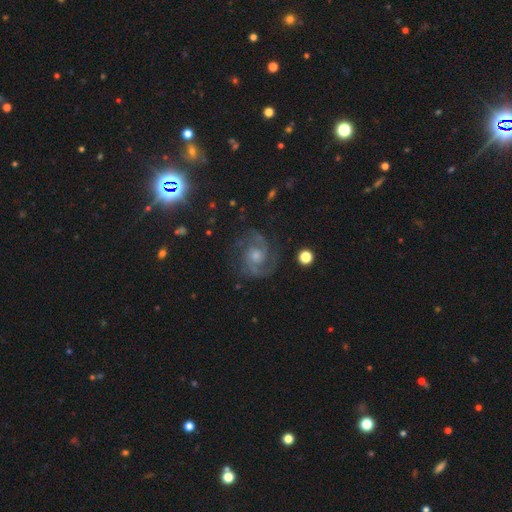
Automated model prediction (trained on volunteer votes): A featured or disk galaxy (83%) with no bar (64%), 2 (66%) medium (49%) spiral arms (98%) and a moderate central bulge (51%).

Vote fractions:
- Smooth or featured? featured or disk: 83% / star or artifact: 11% / smooth: 6%
- Edge-on disk? no: 98% / yes: 2%
- Bar? no: 64% / weak: 30% / strong: 6%
- Spiral arms? yes: 98% / no: 2%
- Spiral winding? medium: 49% / tight: 43% / loose: 8%
- Spiral arm count? 2: 66% / 3: 16% / can't tell: 9% / 4: 4% / 1: 3% / more than 4: 3%
- Bulge size? moderate: 51% / small: 35% / large: 7% / none: 6% / dominant: 1%
- Merging? none: 79% / minor disturbance: 13% / major disturbance: 7% / merger: 1%